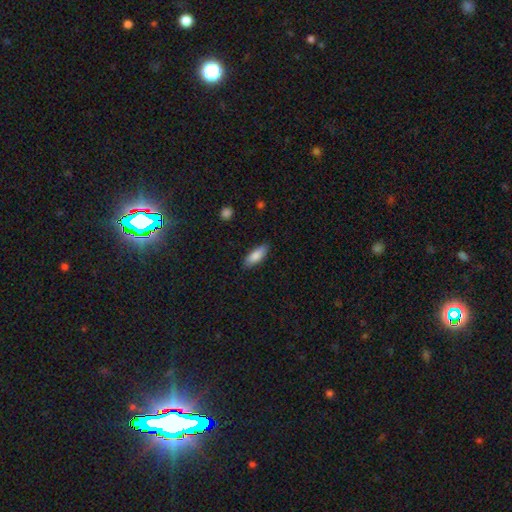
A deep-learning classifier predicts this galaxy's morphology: smooth_or_featured: smooth (p=0.85) [alt: featured or disk p=0.09]
how_rounded: in between (p=0.73) [alt: cigar-shaped p=0.25]
merging: none (p=0.85) [alt: minor disturbance p=0.12]